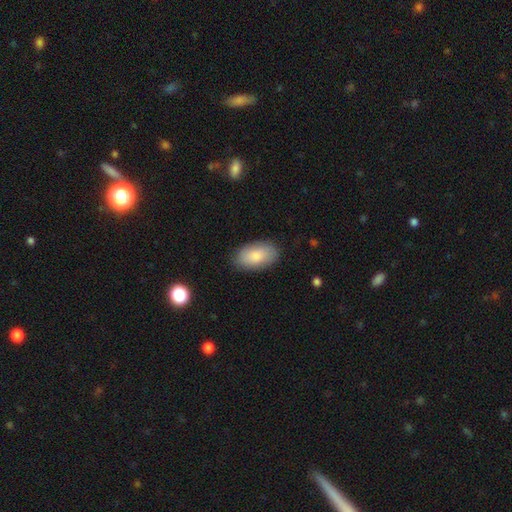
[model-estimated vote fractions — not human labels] smooth-or-featured: smooth: 83% | featured or disk: 11% | star or artifact: 6%
  how-rounded: in between: 94% | round: 4% | cigar-shaped: 2%
  merging: none: 85% | minor disturbance: 12% | major disturbance: 3% | merger: 1%